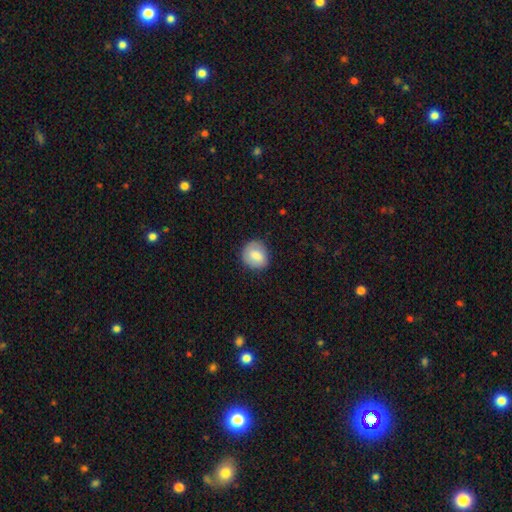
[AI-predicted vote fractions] smooth-or-featured: smooth: 79% | featured or disk: 13% | star or artifact: 7%
  how-rounded: round: 75% | in between: 24% | cigar-shaped: 1%
  merging: none: 80% | minor disturbance: 15% | major disturbance: 4% | merger: 1%